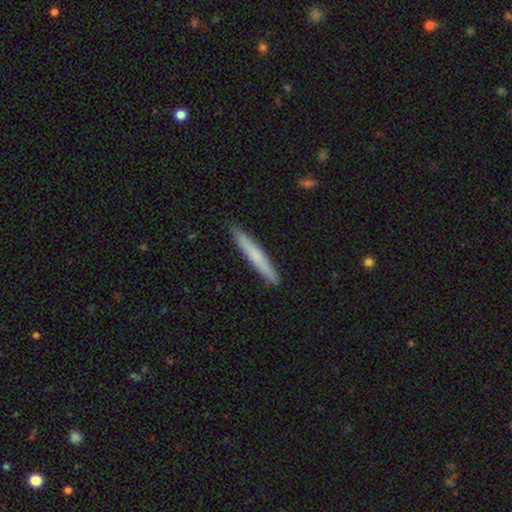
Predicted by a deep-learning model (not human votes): This appears to be a smooth galaxy with no disk features (63%) that is cigar-shaped (96%). Merging: none (91%).